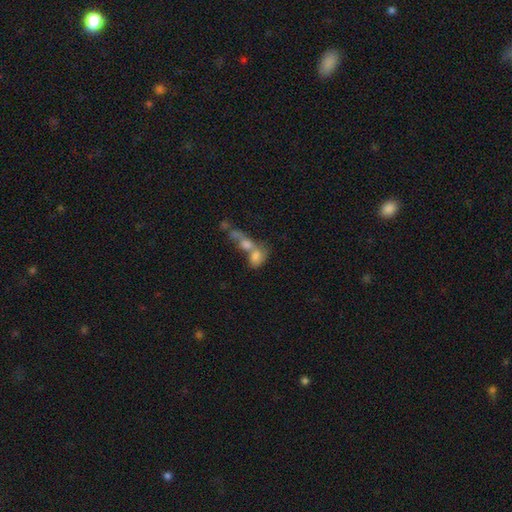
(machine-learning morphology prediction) Smooth or featured?
  - smooth: 69% *
  - featured or disk: 21%
  - star or artifact: 10%
How rounded?
  - in between: 78% *
  - round: 17%
  - cigar-shaped: 4%
Merging?
  - merger: 71% *
  - none: 15%
  - major disturbance: 7%
  - minor disturbance: 6%